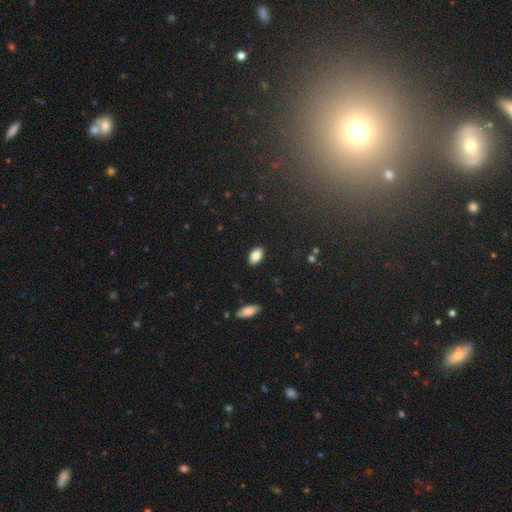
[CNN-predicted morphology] A smooth galaxy with no disk features (84%) that is in between round and cigar-shaped (92%).

Vote fractions:
- Smooth or featured? smooth: 84% / featured or disk: 8% / star or artifact: 8%
- How rounded? in between: 92% / round: 5% / cigar-shaped: 3%
- Merging? none: 88% / minor disturbance: 8% / major disturbance: 2% / merger: 1%